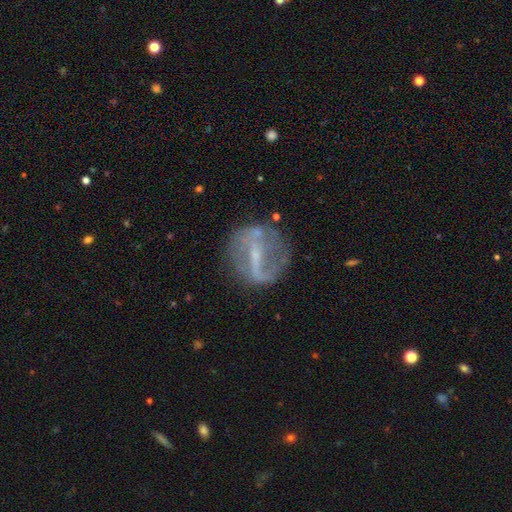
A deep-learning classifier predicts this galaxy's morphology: Smooth or featured? featured or disk (74%)
Edge-on disk? no (92%)
Bar? strong (58%)
Spiral arms? yes (66%)
Bulge size? small (54%)
Merging? none (68%)